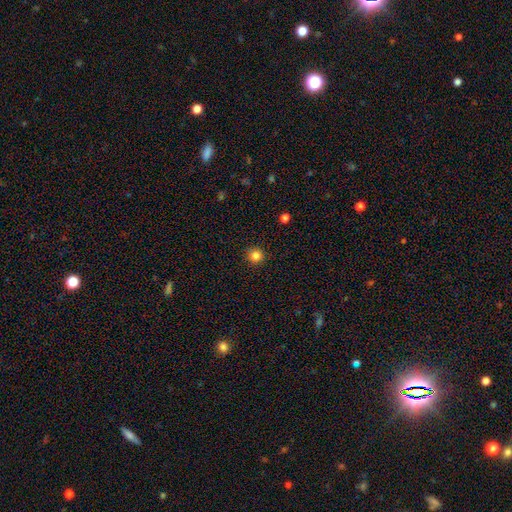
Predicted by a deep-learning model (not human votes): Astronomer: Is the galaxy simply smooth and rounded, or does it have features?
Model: smooth — 83%.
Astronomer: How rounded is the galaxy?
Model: round — 94%.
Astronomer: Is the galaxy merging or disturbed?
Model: none — 92%.